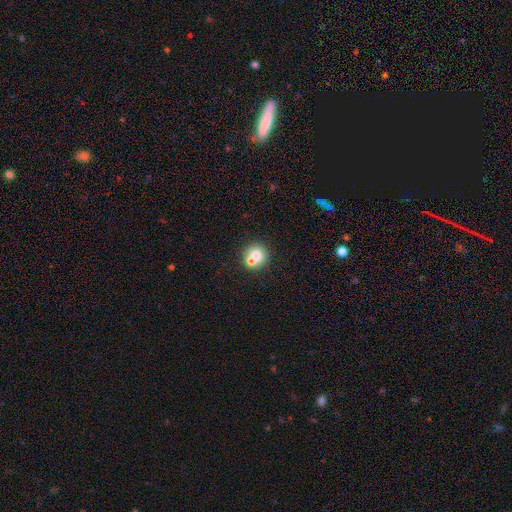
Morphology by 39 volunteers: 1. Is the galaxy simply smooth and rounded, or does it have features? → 67% smooth, 28% featured or disk, 5% star or artifact.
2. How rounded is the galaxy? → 92% round, 8% in between, 0% cigar-shaped.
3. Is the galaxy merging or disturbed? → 59% none, 32% merger, 5% minor disturbance, 3% major disturbance.